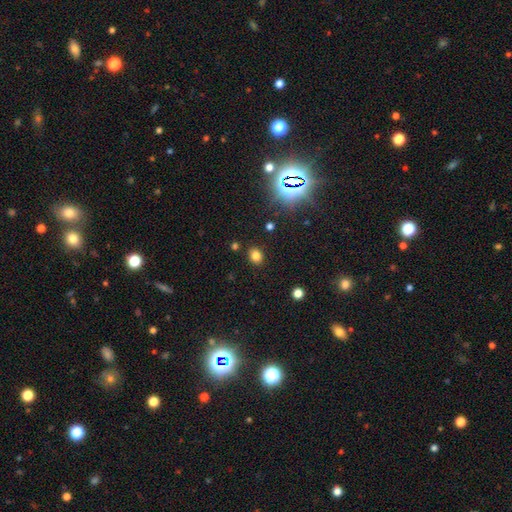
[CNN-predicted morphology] Q: Smooth or featured?
A: smooth (78%); runner-up: star or artifact (17%)
Q: How rounded?
A: round (54%); runner-up: in between (45%)
Q: Merging?
A: none (87%); runner-up: minor disturbance (8%)